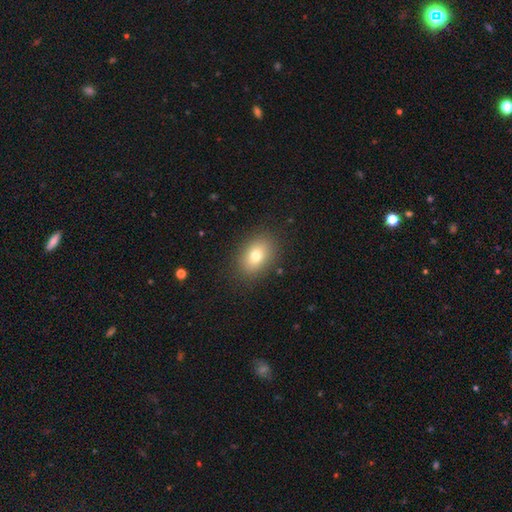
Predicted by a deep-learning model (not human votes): Overall: smooth (75%). How rounded: in between (74%). Merging: none (87%).